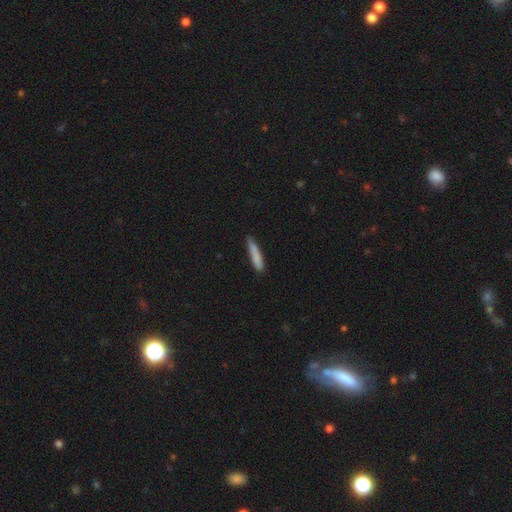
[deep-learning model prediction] A smooth galaxy with no disk features (84%) that is cigar-shaped (90%). Merging: none (81%).